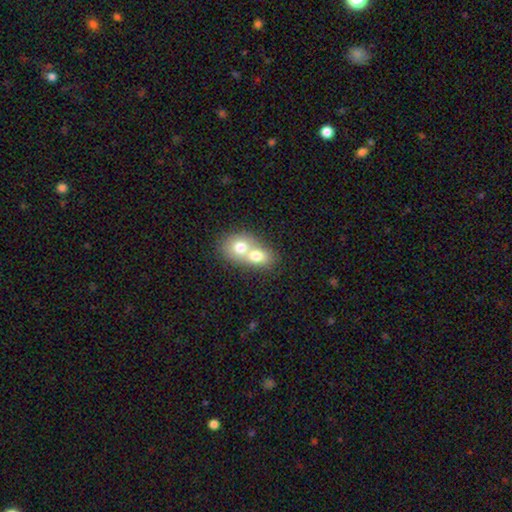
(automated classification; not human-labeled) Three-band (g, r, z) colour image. It shows a smooth galaxy with no disk features (68%) that is in between round and cigar-shaped (54%). Merging: merger (77%).